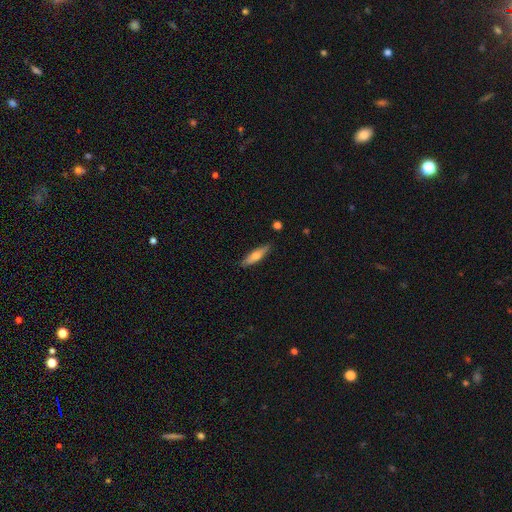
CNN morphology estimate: This appears to be a smooth galaxy with no disk features (57%) that is cigar-shaped (70%). Merging: none (86%).